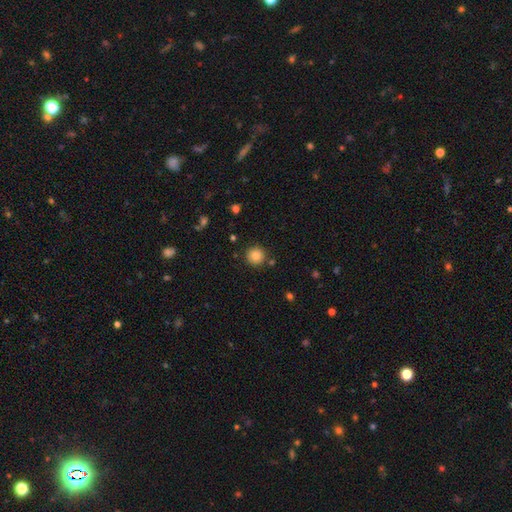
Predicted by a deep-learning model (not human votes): smooth 85%, star or artifact 10%, featured or disk 5%. Down the decision tree: how rounded — round (95%); merging — none (88%).